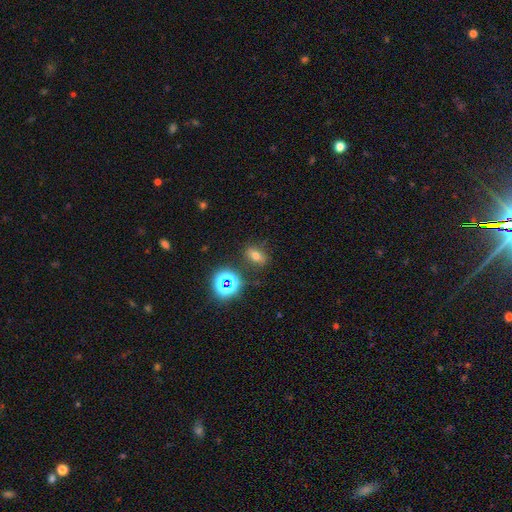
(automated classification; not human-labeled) smooth 57%, star or artifact 27%, featured or disk 16%. Down the decision tree: how rounded — in between (71%); merging — none (82%).